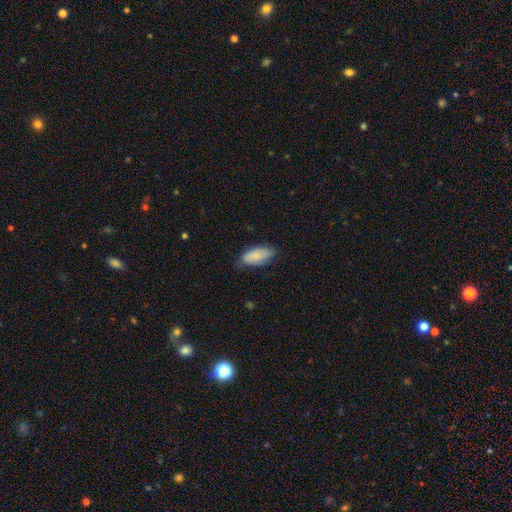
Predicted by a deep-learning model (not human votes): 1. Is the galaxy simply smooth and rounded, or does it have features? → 81% smooth, 13% featured or disk, 6% star or artifact.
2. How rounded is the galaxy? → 89% in between, 9% cigar-shaped, 2% round.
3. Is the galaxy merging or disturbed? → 72% none, 22% minor disturbance, 4% major disturbance, 1% merger.